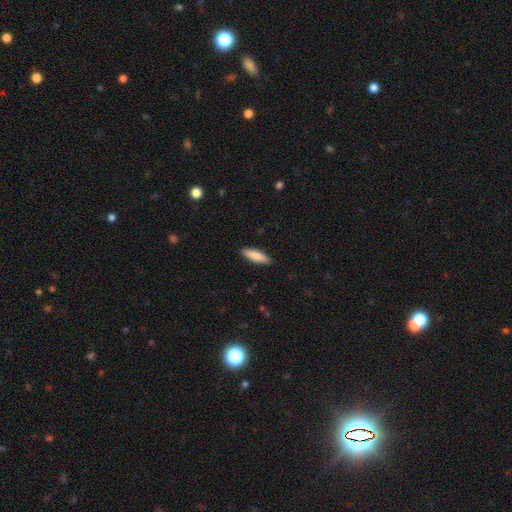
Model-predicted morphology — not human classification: Smooth or featured? Predicted: smooth (p=0.86). How rounded? Predicted: cigar-shaped (p=0.55). Merging? Predicted: none (p=0.90).